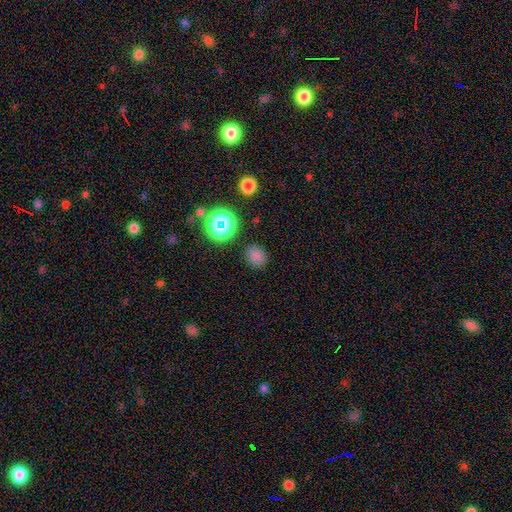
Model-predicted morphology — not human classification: Overall: smooth (74%). How rounded: round (63%; in between 36%). Merging: none (83%).